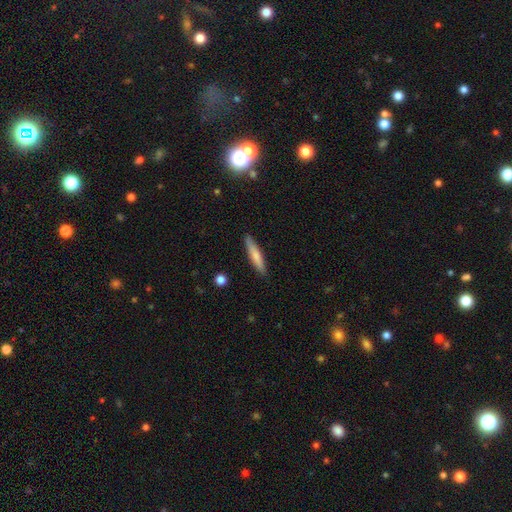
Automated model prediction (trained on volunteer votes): Q: Smooth or featured?
A: smooth (72%); runner-up: featured or disk (22%)
Q: How rounded?
A: cigar-shaped (89%); runner-up: in between (10%)
Q: Merging?
A: none (87%); runner-up: minor disturbance (10%)